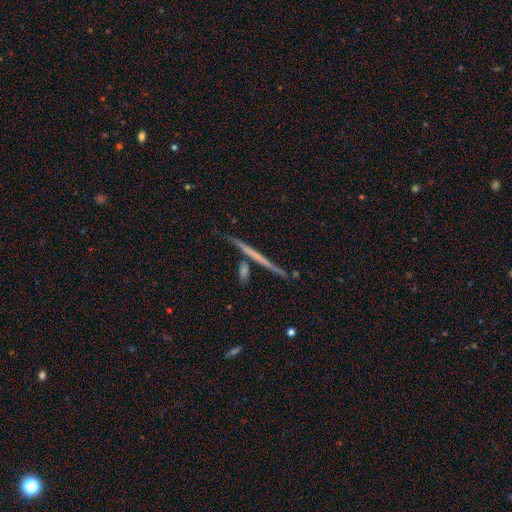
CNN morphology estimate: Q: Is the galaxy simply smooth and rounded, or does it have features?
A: featured or disk — 59%.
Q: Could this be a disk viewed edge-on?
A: yes — 97%.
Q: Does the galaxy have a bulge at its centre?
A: none — 86%.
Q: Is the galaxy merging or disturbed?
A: none — 84%.